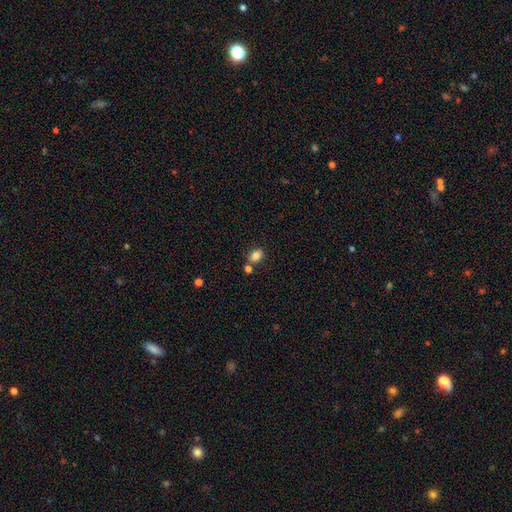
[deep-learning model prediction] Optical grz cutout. It shows a smooth galaxy with no disk features (83%) that is in between round and cigar-shaped (57%). Merging: none (67%).